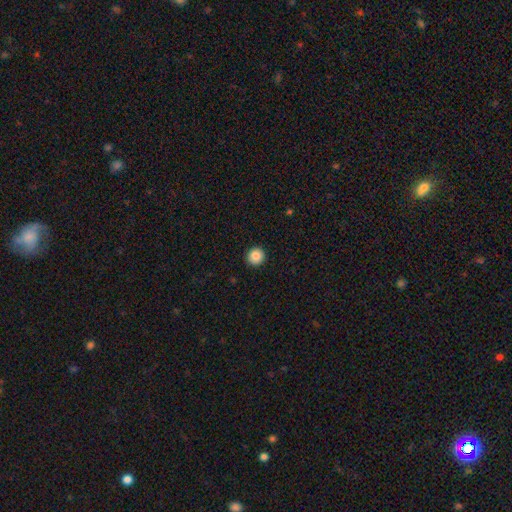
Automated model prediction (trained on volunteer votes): Morphology: type=smooth (86%); roundness=round (94%); merging=none (93%).